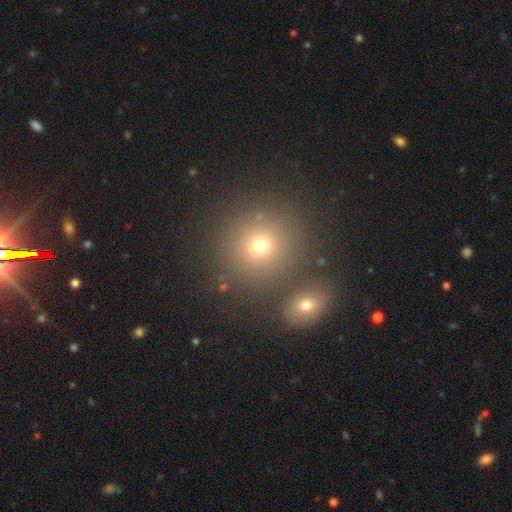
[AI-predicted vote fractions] A smooth galaxy with no disk features (48%).

Vote fractions:
- Smooth or featured? smooth: 48% / star or artifact: 39% / featured or disk: 13%
- Merging? none: 77% / merger: 14% / minor disturbance: 7% / major disturbance: 3%